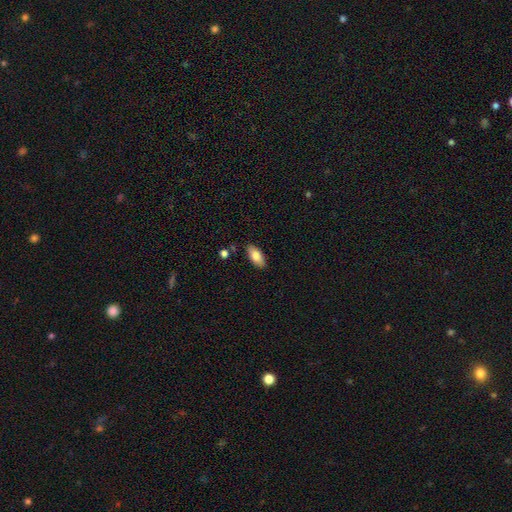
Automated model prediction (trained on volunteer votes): Smooth or featured?
  - smooth: 79% *
  - featured or disk: 15%
  - star or artifact: 7%
How rounded?
  - in between: 89% *
  - cigar-shaped: 9%
  - round: 3%
Merging?
  - none: 86% *
  - minor disturbance: 10%
  - merger: 2%
  - major disturbance: 2%